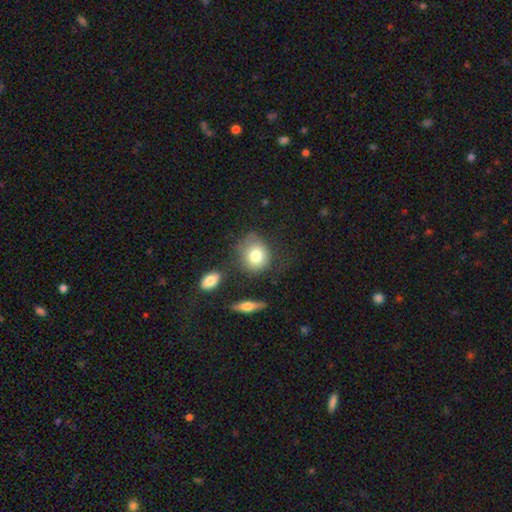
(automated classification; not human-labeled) This appears to be a smooth galaxy with no disk features (77%) that is round (67%). Merging: none (56%).